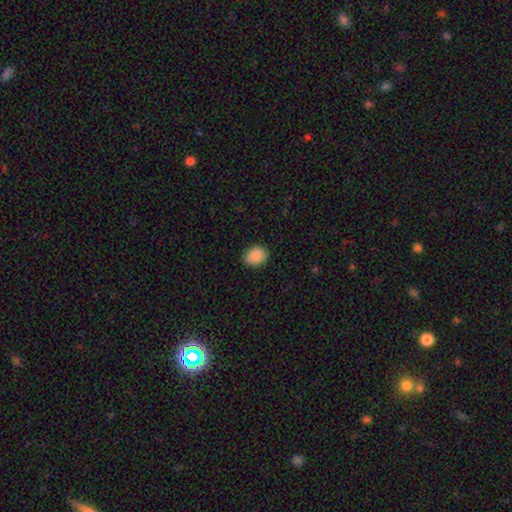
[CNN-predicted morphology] Smooth or featured?
  - smooth: 88% *
  - star or artifact: 7%
  - featured or disk: 5%
How rounded?
  - in between: 56% *
  - round: 44%
  - cigar-shaped: 1%
Merging?
  - none: 87% *
  - minor disturbance: 10%
  - major disturbance: 2%
  - merger: 1%